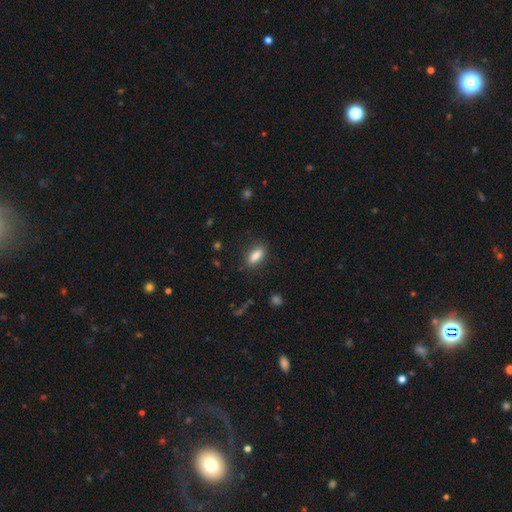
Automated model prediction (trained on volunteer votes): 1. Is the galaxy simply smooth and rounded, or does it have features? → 83% smooth, 8% star or artifact, 8% featured or disk.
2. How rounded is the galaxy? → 76% in between, 20% cigar-shaped, 4% round.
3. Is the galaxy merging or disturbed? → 84% none, 11% minor disturbance, 3% major disturbance, 2% merger.